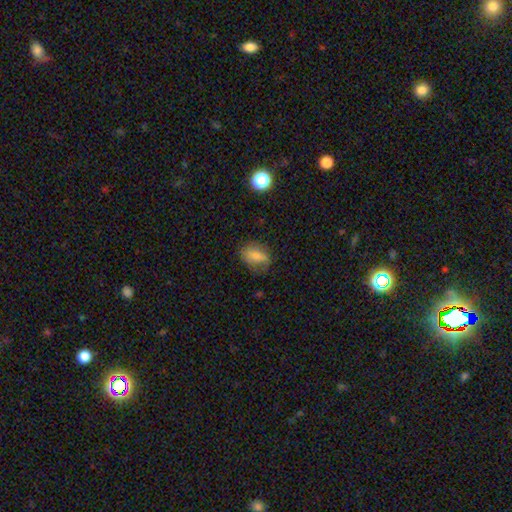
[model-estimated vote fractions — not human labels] This is likely a smooth galaxy (77%). How rounded: likely in between (80%). Merging: likely none (65%).